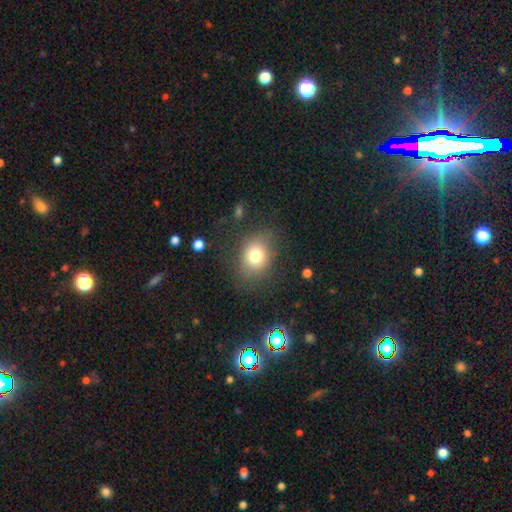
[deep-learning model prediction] Smooth or featured: smooth — 76% (star or artifact — 12%)
How rounded: round — 54% (in between — 45%)
Merging: none — 75% (minor disturbance — 15%)